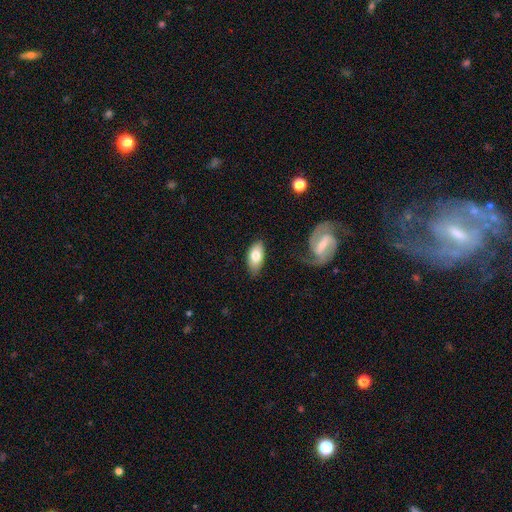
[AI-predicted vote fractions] A smooth galaxy with no disk features (73%) that is in between round and cigar-shaped (92%). Merging: none (73%).